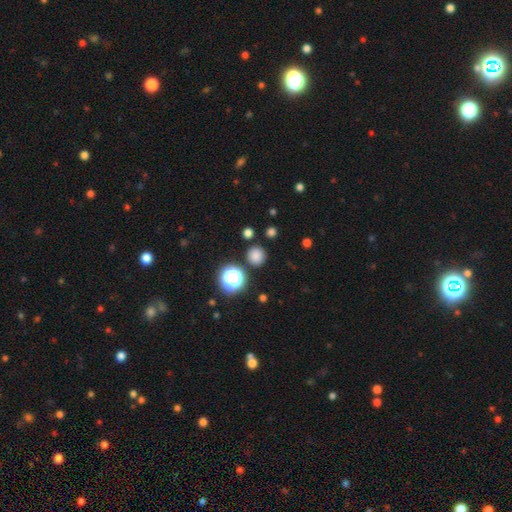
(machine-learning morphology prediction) Smooth or featured?
  - smooth: 77% *
  - star or artifact: 18%
  - featured or disk: 5%
How rounded?
  - round: 93% *
  - in between: 6%
  - cigar-shaped: 1%
Merging?
  - none: 86% *
  - minor disturbance: 7%
  - merger: 4%
  - major disturbance: 3%